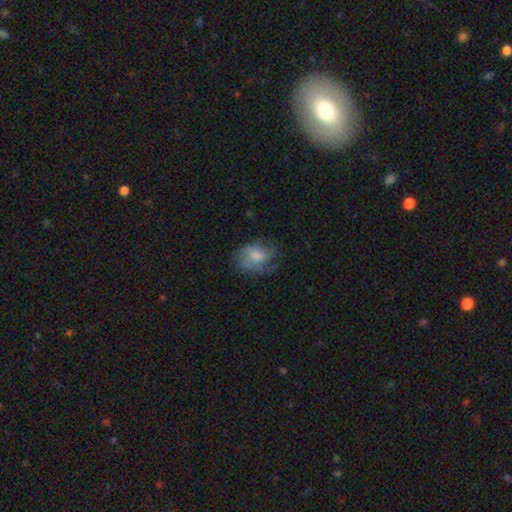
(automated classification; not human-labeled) Morphology: type=smooth (56%); roundness=in between (73%); merging=none (46%).